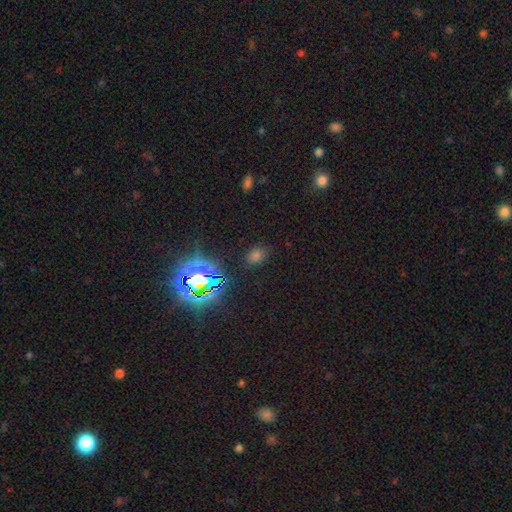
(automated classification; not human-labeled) smooth-or-featured: smooth: 50% | star or artifact: 42% | featured or disk: 7%
  how-rounded: in between: 61% | round: 37% | cigar-shaped: 2%
  merging: none: 83% | minor disturbance: 11% | major disturbance: 4% | merger: 2%